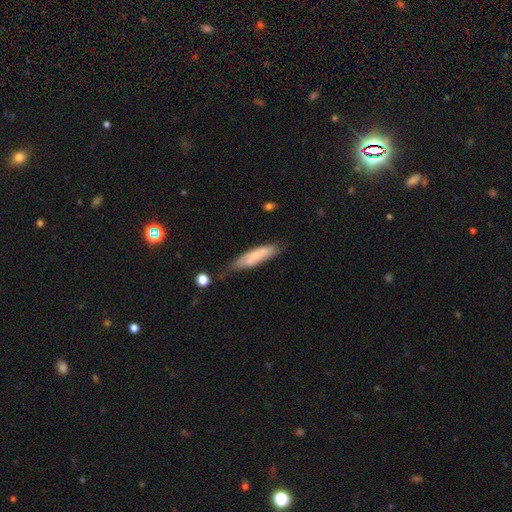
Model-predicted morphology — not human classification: Q: Smooth or featured?
A: smooth (64%); runner-up: featured or disk (29%)
Q: How rounded?
A: cigar-shaped (71%); runner-up: in between (27%)
Q: Merging?
A: none (52%); runner-up: minor disturbance (32%)